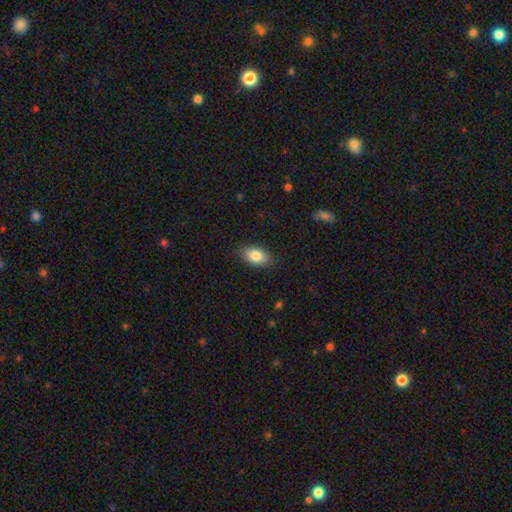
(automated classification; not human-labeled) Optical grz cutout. It shows a smooth galaxy with no disk features (84%) that is in between round and cigar-shaped (89%). Merging: none (87%).